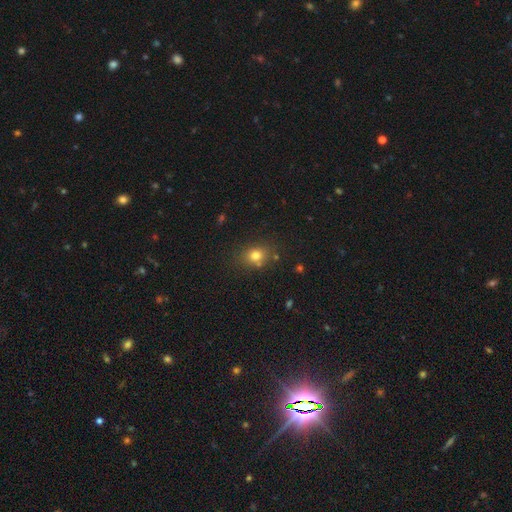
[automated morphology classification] Smooth or featured?
  - smooth: 77% *
  - star or artifact: 14%
  - featured or disk: 9%
How rounded?
  - round: 56% *
  - in between: 43%
  - cigar-shaped: 1%
Merging?
  - none: 75% *
  - minor disturbance: 14%
  - merger: 7%
  - major disturbance: 4%